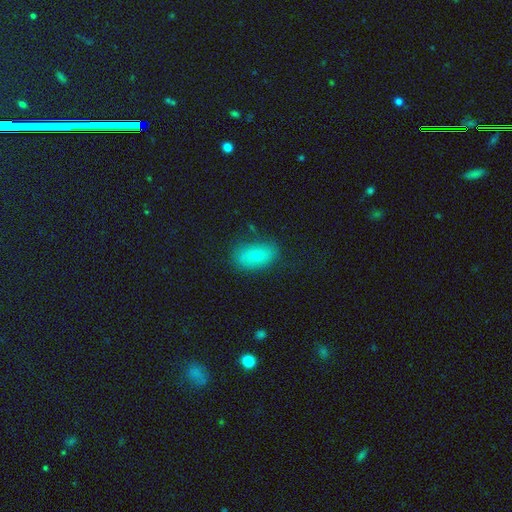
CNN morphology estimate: smooth_or_featured: smooth (p=0.74) [alt: featured or disk p=0.17]
how_rounded: in between (p=0.89) [alt: round p=0.07]
merging: none (p=0.76) [alt: minor disturbance p=0.17]